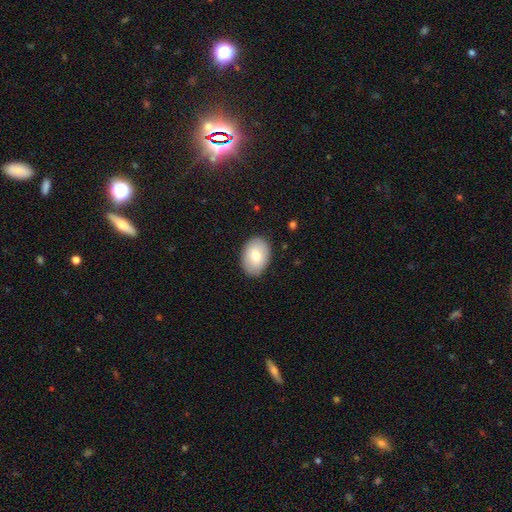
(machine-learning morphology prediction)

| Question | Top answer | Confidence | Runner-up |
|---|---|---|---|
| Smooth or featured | smooth | 75% | featured or disk (18%) |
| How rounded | in between | 84% | round (15%) |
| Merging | none | 87% | minor disturbance (10%) |